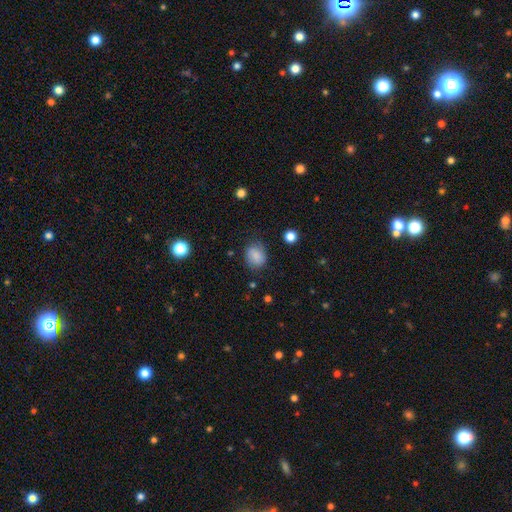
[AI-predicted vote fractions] smooth_or_featured: smooth (p=0.81) [alt: featured or disk p=0.10]
how_rounded: round (p=0.50) [alt: in between p=0.49]
merging: none (p=0.73) [alt: minor disturbance p=0.20]